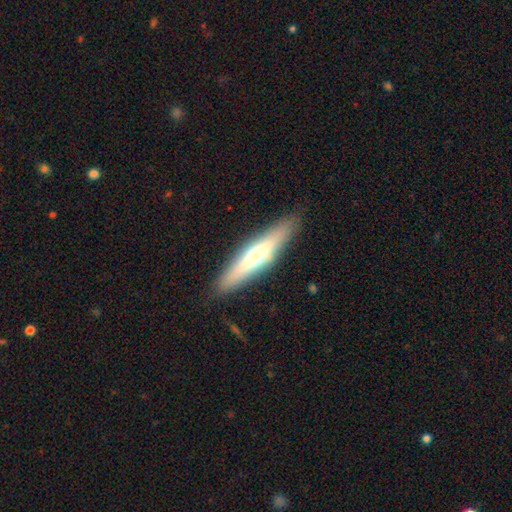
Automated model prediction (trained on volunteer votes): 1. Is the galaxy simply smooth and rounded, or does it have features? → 49% featured or disk, 45% smooth, 6% star or artifact.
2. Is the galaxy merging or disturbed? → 88% none, 9% minor disturbance, 2% major disturbance, 1% merger.